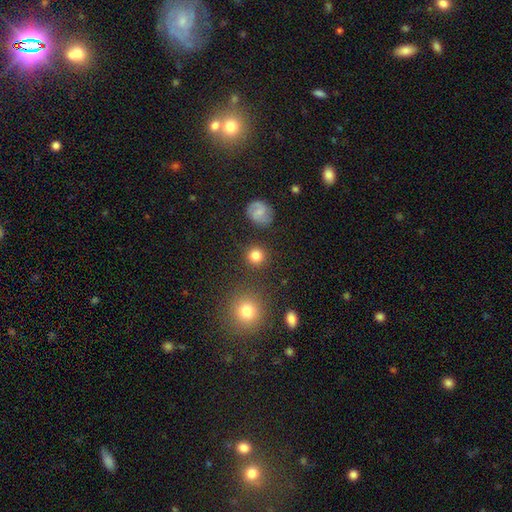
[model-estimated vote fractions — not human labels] smooth-or-featured: smooth: 82% | star or artifact: 10% | featured or disk: 8%
  how-rounded: round: 92% | in between: 7% | cigar-shaped: 1%
  merging: none: 87% | minor disturbance: 7% | merger: 3% | major disturbance: 3%